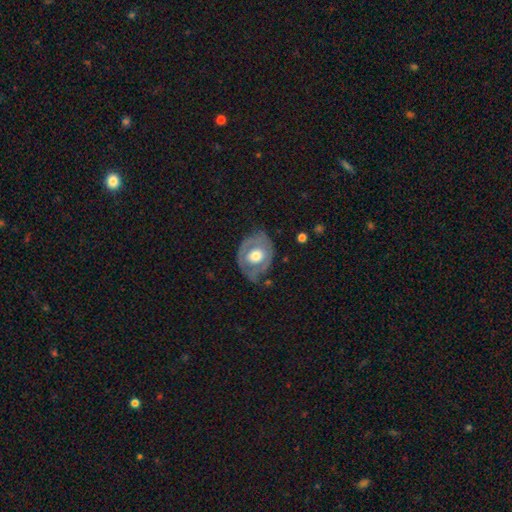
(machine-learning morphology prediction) The model was most divided on "bulge size": moderate: 48%, large: 42%, small: 6%, dominant: 3%, none: 1%. More confident: edge-on disk — no (94%); bar — no (83%); spiral arms — no (70%); merging — none (61%); smooth or featured — featured or disk (58%).